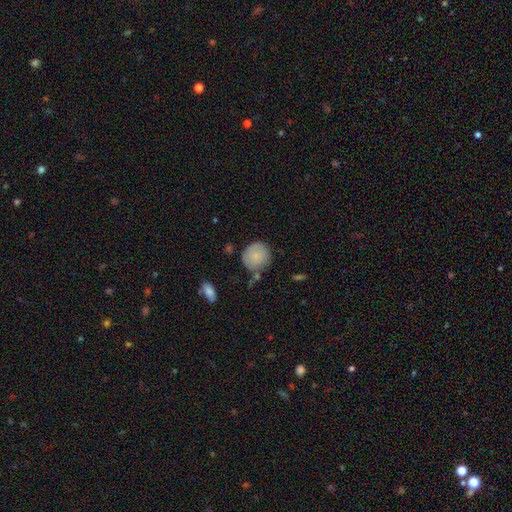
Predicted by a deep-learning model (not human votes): The model was most divided on "merging": none: 69%, minor disturbance: 20%, merger: 6%, major disturbance: 5%. More confident: how rounded — round (88%); smooth or featured — smooth (80%).